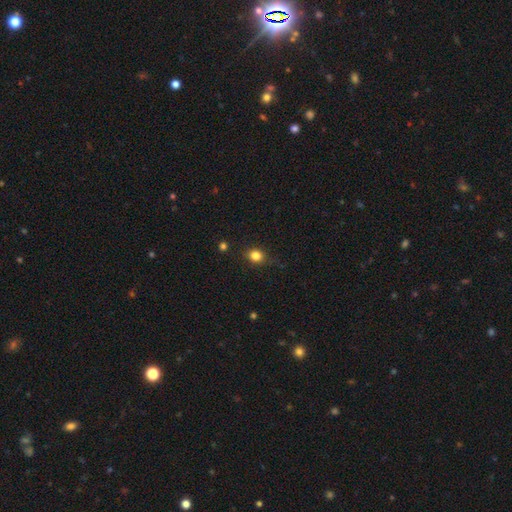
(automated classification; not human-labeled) Smooth or featured?
  - smooth: 82% *
  - star or artifact: 12%
  - featured or disk: 5%
How rounded?
  - round: 65% *
  - in between: 33%
  - cigar-shaped: 1%
Merging?
  - none: 82% *
  - minor disturbance: 13%
  - major disturbance: 3%
  - merger: 1%